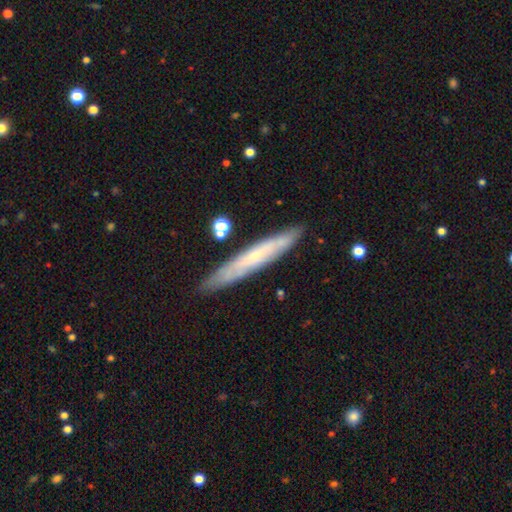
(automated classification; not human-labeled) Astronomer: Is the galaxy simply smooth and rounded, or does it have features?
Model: featured or disk — 54% (runner-up: smooth, 39%).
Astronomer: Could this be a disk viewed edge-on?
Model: yes — 77%.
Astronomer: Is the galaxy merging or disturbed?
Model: none — 85%.